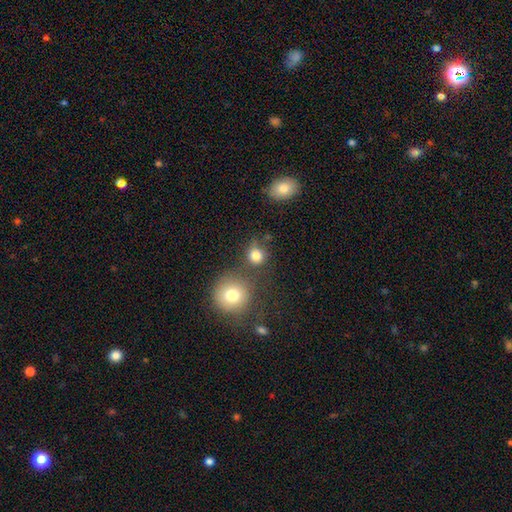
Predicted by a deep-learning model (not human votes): Smooth or featured: smooth — 81% (star or artifact — 12%)
How rounded: round — 86% (in between — 13%)
Merging: none — 64% (merger — 18%)